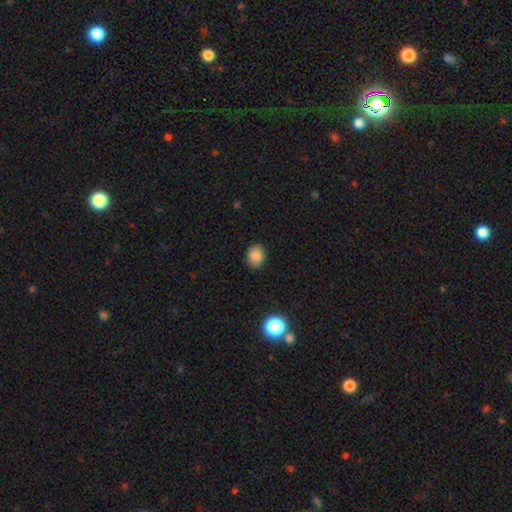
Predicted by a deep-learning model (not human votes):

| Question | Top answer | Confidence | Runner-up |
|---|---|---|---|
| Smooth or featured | smooth | 84% | star or artifact (10%) |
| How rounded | round | 54% | in between (45%) |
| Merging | none | 87% | minor disturbance (10%) |